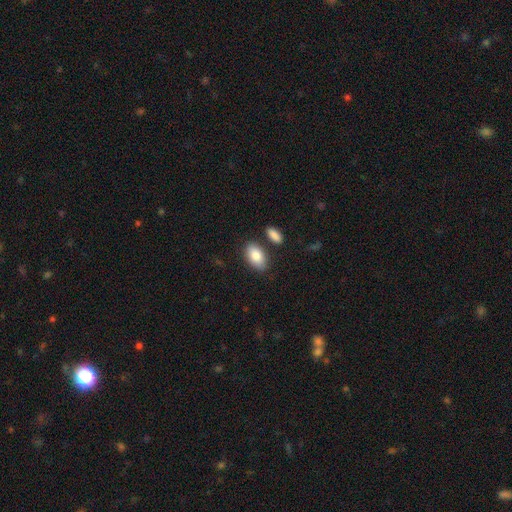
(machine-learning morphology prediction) This is clearly a smooth galaxy (85%). How rounded: clearly in between (93%). Merging: likely none (78%).